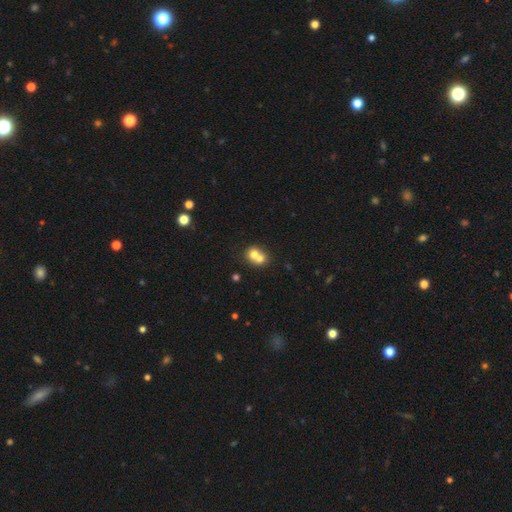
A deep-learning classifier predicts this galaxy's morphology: Smooth or featured? smooth (68%)
How rounded? round (73%)
Merging? merger (67%)